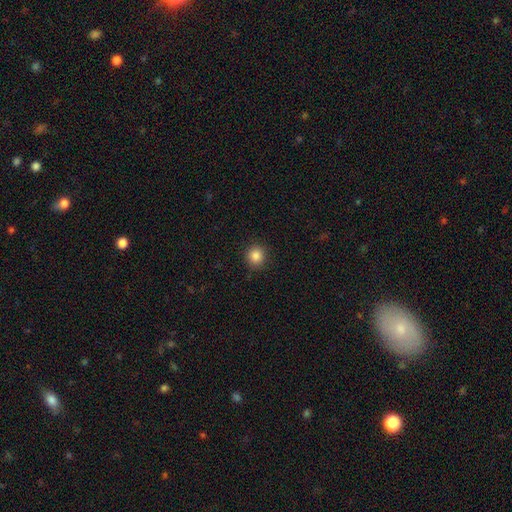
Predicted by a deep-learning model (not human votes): Smooth or featured? Predicted: smooth (p=0.85). How rounded? Predicted: round (p=0.91). Merging? Predicted: none (p=0.90).